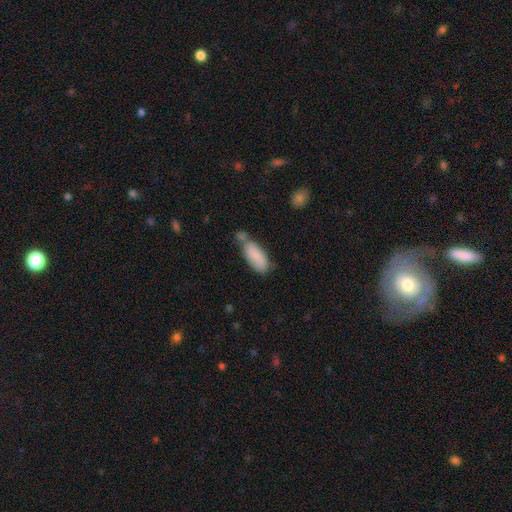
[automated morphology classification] This appears to be a smooth galaxy with no disk features (83%) that is in between round and cigar-shaped (79%). Merging: none (43%).